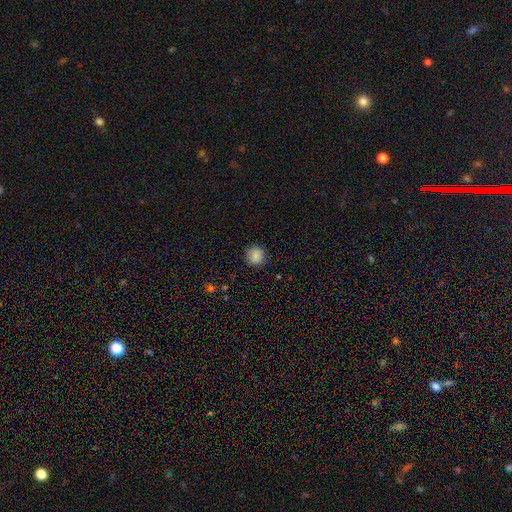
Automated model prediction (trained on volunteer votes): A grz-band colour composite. It shows a smooth galaxy with no disk features (87%) that is round (92%). Merging: none (88%).